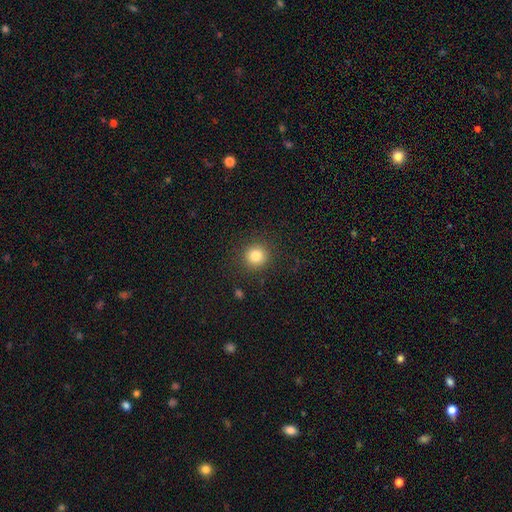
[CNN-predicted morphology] The model was most divided on "smooth or featured": smooth: 82%, star or artifact: 12%, featured or disk: 6%. More confident: how rounded — round (93%); merging — none (90%).